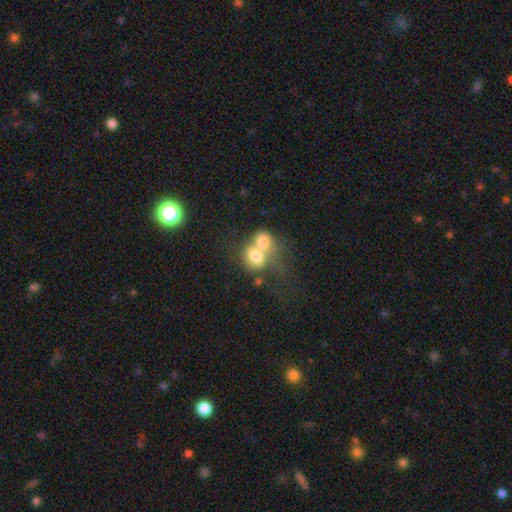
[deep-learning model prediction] Smooth or featured?
  - smooth: 69% *
  - featured or disk: 21%
  - star or artifact: 10%
How rounded?
  - round: 52% *
  - in between: 47%
  - cigar-shaped: 1%
Merging?
  - merger: 73% *
  - none: 16%
  - minor disturbance: 6%
  - major disturbance: 5%